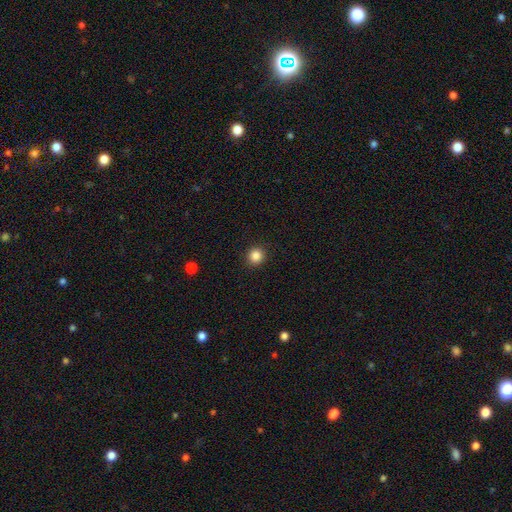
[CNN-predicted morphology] Smooth or featured? Predicted: smooth (p=0.86). How rounded? Predicted: round (p=0.91). Merging? Predicted: none (p=0.92).